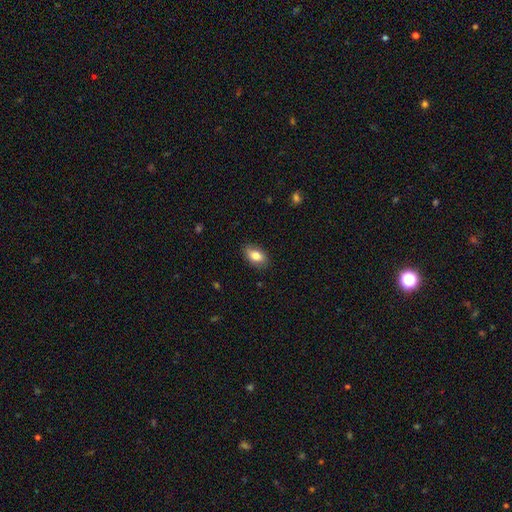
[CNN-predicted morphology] A smooth galaxy with no disk features (80%) that is in between round and cigar-shaped (91%).

Vote fractions:
- Smooth or featured? smooth: 80% / featured or disk: 13% / star or artifact: 7%
- How rounded? in between: 91% / round: 7% / cigar-shaped: 2%
- Merging? none: 83% / minor disturbance: 13% / major disturbance: 3% / merger: 1%